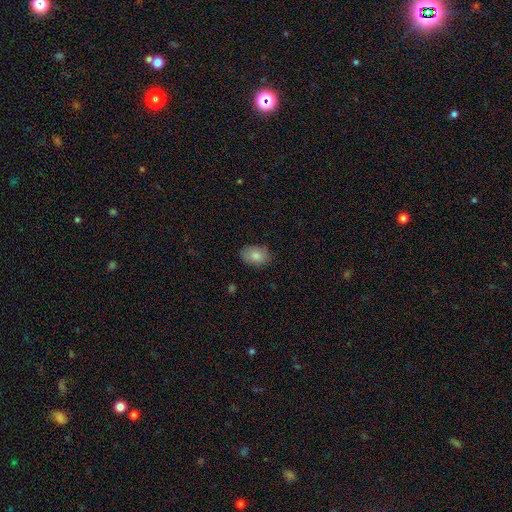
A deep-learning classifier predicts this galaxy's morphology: Q: Smooth or featured?
A: smooth (85%); runner-up: featured or disk (8%)
Q: How rounded?
A: in between (83%); runner-up: round (16%)
Q: Merging?
A: none (81%); runner-up: minor disturbance (15%)